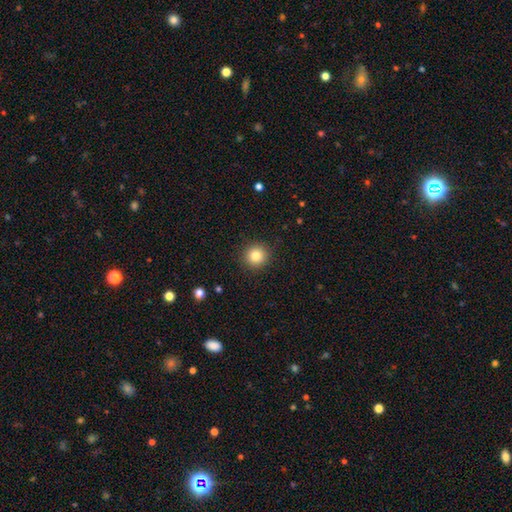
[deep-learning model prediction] Smooth or featured?
  - smooth: 82% *
  - star or artifact: 11%
  - featured or disk: 7%
How rounded?
  - round: 94% *
  - in between: 5%
  - cigar-shaped: 1%
Merging?
  - none: 91% *
  - minor disturbance: 6%
  - major disturbance: 2%
  - merger: 1%